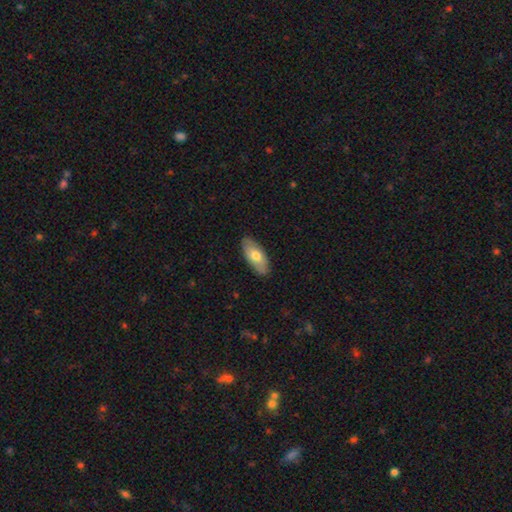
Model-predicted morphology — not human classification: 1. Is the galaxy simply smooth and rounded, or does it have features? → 65% smooth, 30% featured or disk, 5% star or artifact.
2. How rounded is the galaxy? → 89% in between, 9% cigar-shaped, 3% round.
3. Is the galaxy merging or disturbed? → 85% none, 12% minor disturbance, 2% major disturbance, 1% merger.